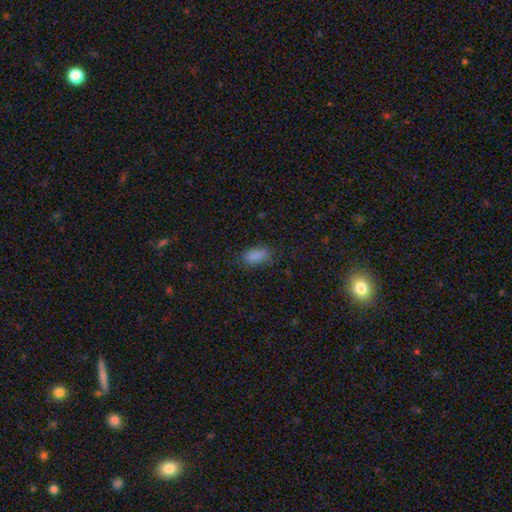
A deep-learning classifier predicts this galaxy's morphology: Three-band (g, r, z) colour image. It shows a smooth galaxy with no disk features (86%) that is in between round and cigar-shaped (91%). Merging: none (77%).